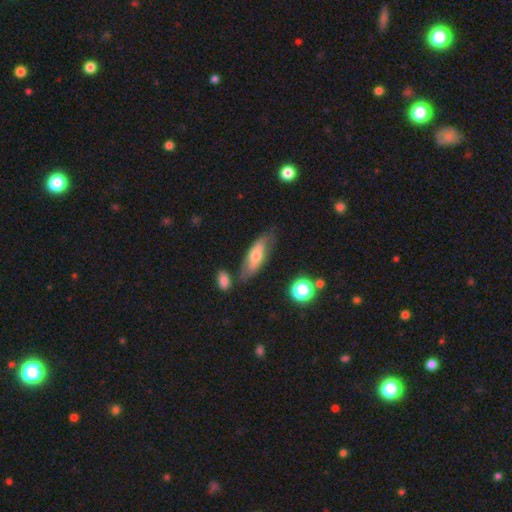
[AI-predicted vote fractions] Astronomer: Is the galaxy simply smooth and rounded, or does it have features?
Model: smooth — 54% (runner-up: featured or disk, 39%).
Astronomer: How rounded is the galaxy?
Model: in between — 56% (runner-up: cigar-shaped, 41%).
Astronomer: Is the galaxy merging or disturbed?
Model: none — 68%.